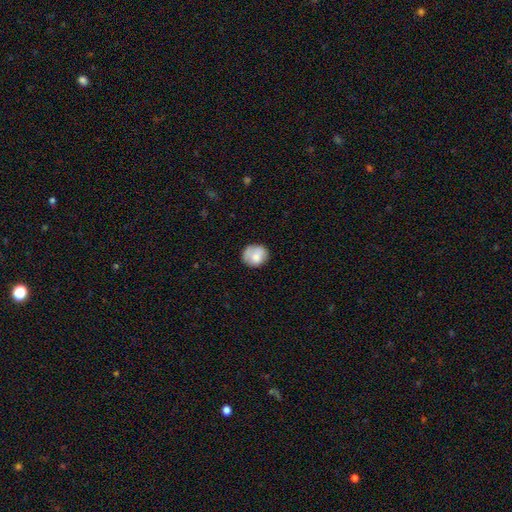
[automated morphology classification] This is likely a smooth galaxy (77%). How rounded: likely round (76%). Merging: likely none (67%).